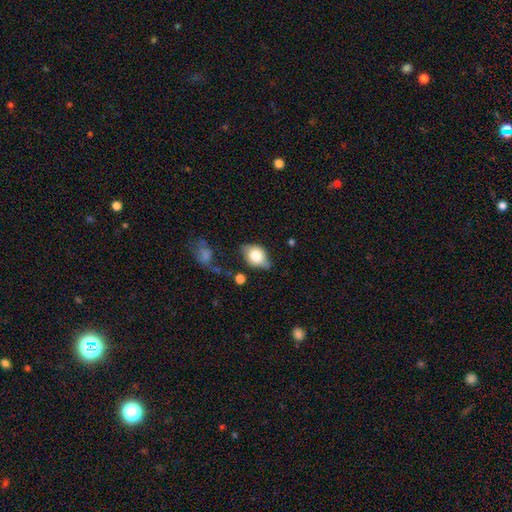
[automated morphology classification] A smooth galaxy with no disk features (70%) that is in between round and cigar-shaped (77%). Merging: none (59%).